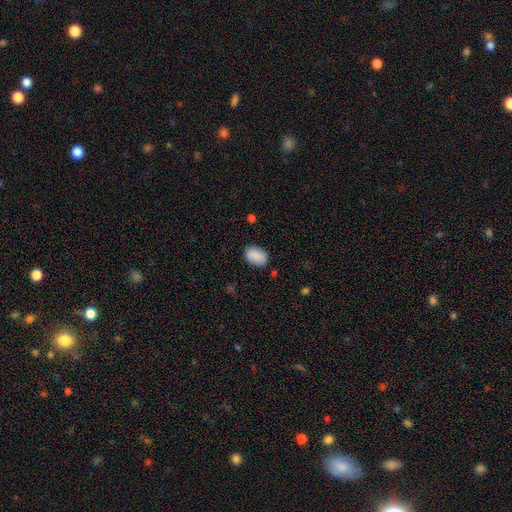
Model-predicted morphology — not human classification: type=smooth (89%); roundness=in between (85%); merging=none (82%).